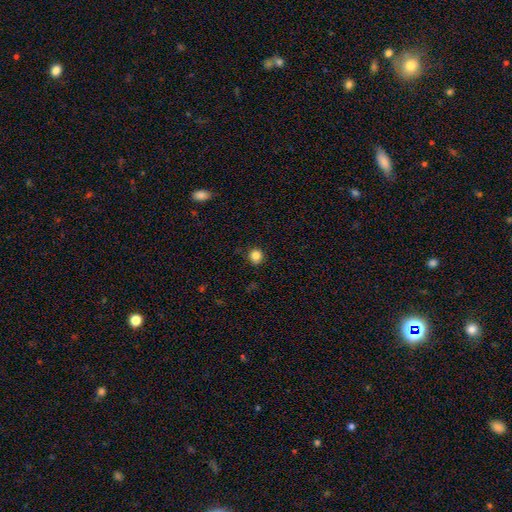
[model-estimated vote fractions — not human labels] A smooth galaxy with no disk features (84%) that is round (88%).

Vote fractions:
- Smooth or featured? smooth: 84% / star or artifact: 11% / featured or disk: 4%
- How rounded? round: 88% / in between: 12% / cigar-shaped: 1%
- Merging? none: 88% / minor disturbance: 8% / major disturbance: 2% / merger: 1%